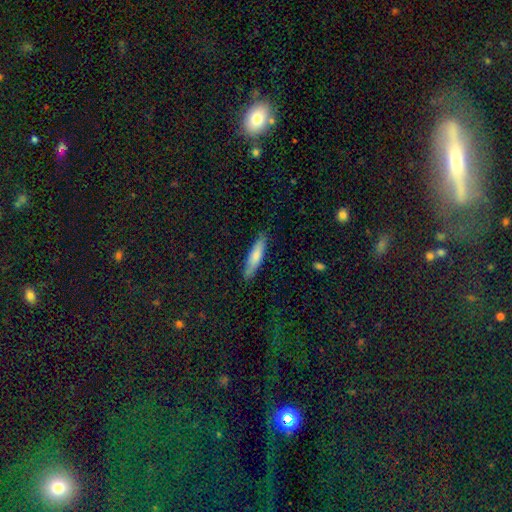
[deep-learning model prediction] smooth-or-featured: smooth: 76% | featured or disk: 19% | star or artifact: 5%
  how-rounded: cigar-shaped: 80% | in between: 19% | round: 1%
  merging: none: 86% | minor disturbance: 11% | major disturbance: 2% | merger: 1%